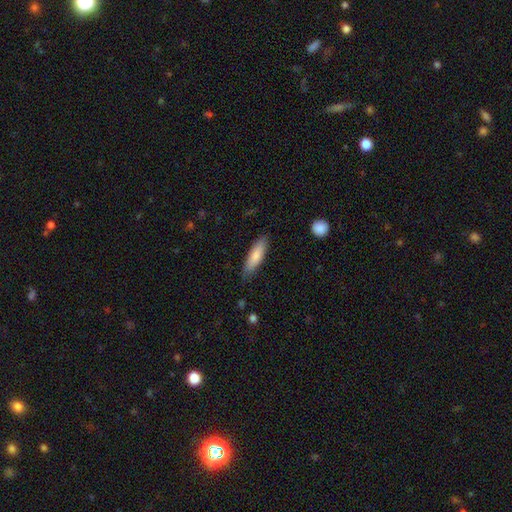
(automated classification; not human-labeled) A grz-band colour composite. It shows a smooth galaxy with no disk features (80%) that is cigar-shaped (62%). Merging: none (82%).